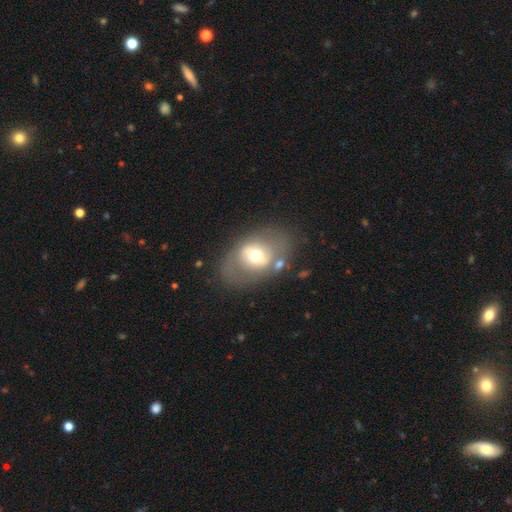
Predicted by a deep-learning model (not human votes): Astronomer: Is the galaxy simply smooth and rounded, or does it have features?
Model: featured or disk — 49% (runner-up: smooth, 43%).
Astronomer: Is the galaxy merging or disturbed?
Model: none — 67%.